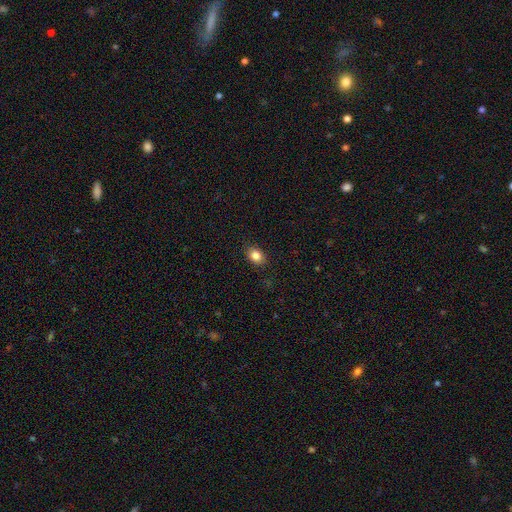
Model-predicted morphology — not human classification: A smooth galaxy with no disk features (85%) that is in between round and cigar-shaped (64%). Merging: none (88%).